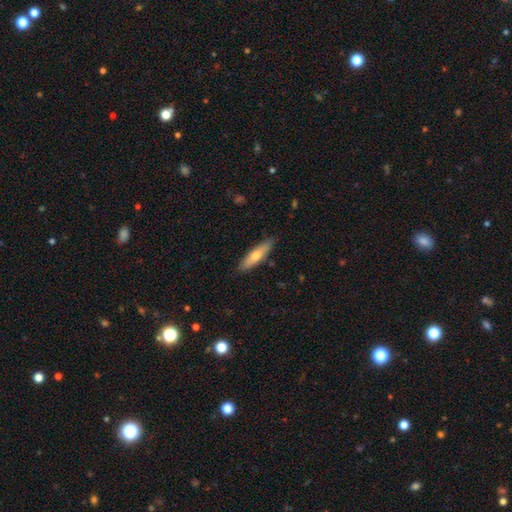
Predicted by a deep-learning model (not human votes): Overall: smooth (66%; featured or disk 28%). How rounded: cigar-shaped (70%). Merging: none (84%).